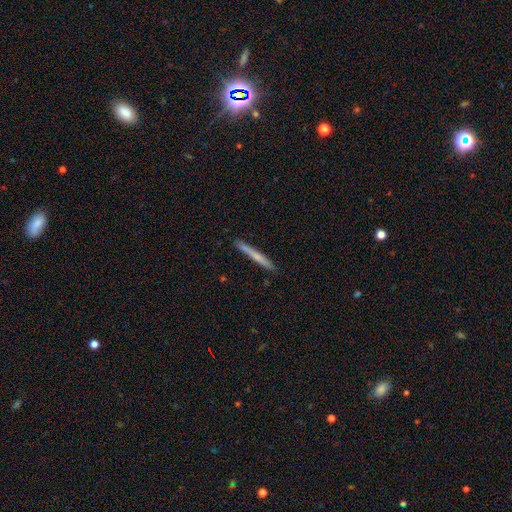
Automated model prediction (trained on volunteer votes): Smooth or featured? smooth (63%)
How rounded? cigar-shaped (97%)
Merging? none (89%)